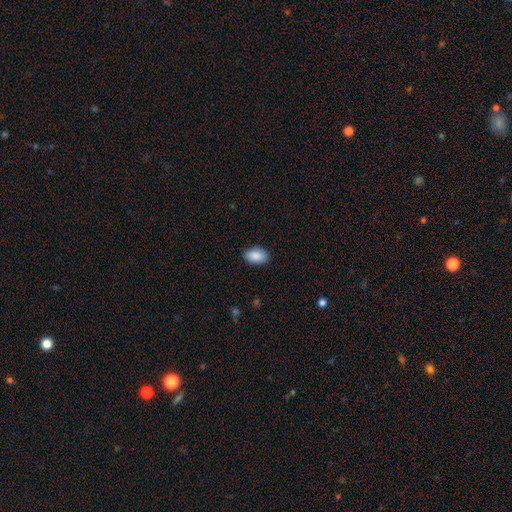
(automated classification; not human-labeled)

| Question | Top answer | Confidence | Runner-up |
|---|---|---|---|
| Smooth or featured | smooth | 90% | star or artifact (7%) |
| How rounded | in between | 90% | round (9%) |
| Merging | none | 87% | minor disturbance (10%) |